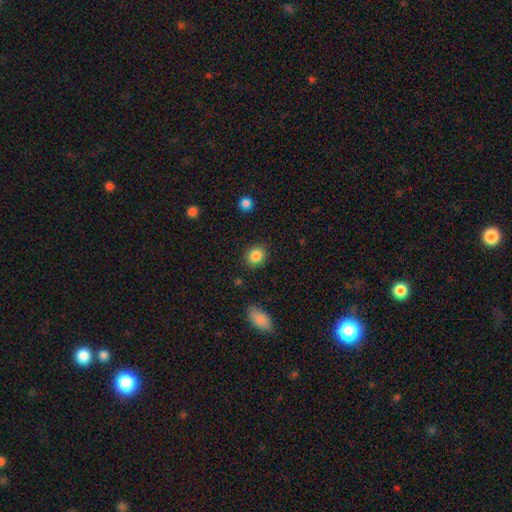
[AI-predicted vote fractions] Smooth or featured? smooth (86%)
How rounded? round (60%)
Merging? none (86%)